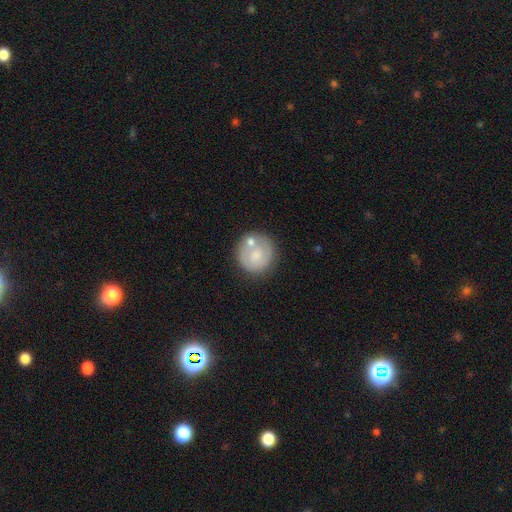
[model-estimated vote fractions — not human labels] This appears to be a smooth galaxy with no disk features (52%) that is round (91%). Merging: none (61%).